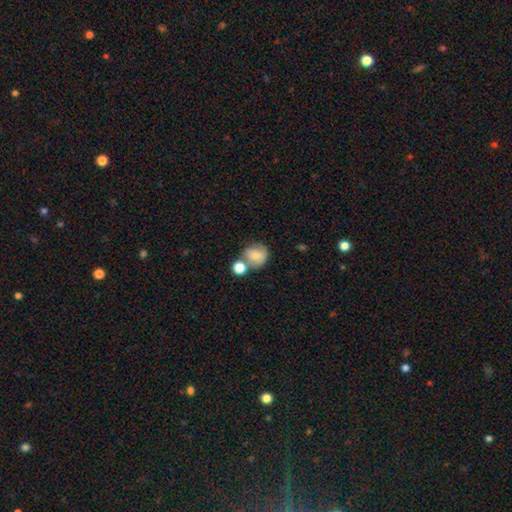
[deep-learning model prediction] smooth 71%, featured or disk 20%, star or artifact 9%. Down the decision tree: how rounded — round (80%); merging — none (43%).